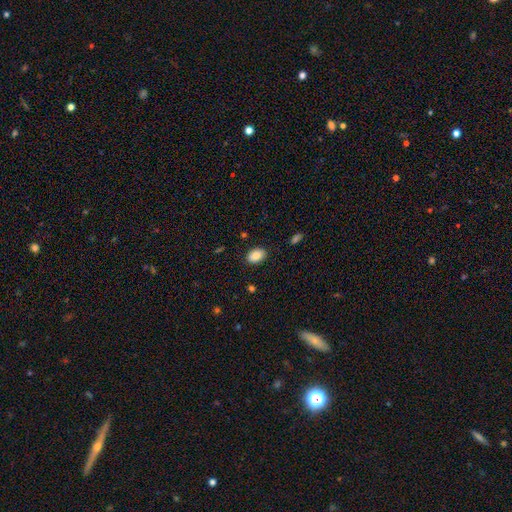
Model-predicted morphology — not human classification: This is clearly a smooth galaxy (87%). How rounded: clearly in between (88%). Merging: clearly none (87%).